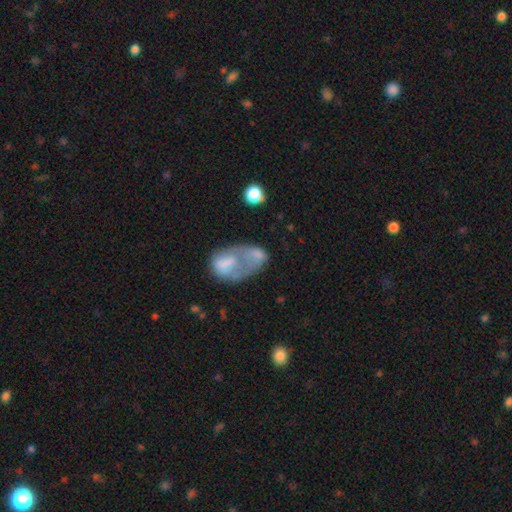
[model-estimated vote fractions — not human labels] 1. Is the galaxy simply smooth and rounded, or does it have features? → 60% smooth, 30% featured or disk, 10% star or artifact.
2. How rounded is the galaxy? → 82% in between, 16% round, 2% cigar-shaped.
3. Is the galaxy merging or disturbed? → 39% major disturbance, 30% merger, 16% none, 15% minor disturbance.